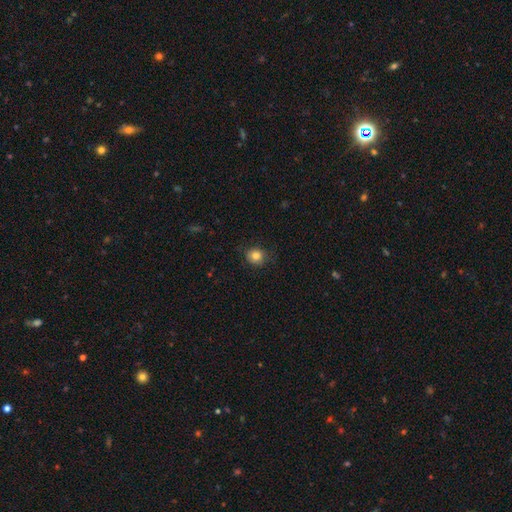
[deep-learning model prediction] A smooth galaxy with no disk features (83%) that is round (78%). Merging: none (80%).